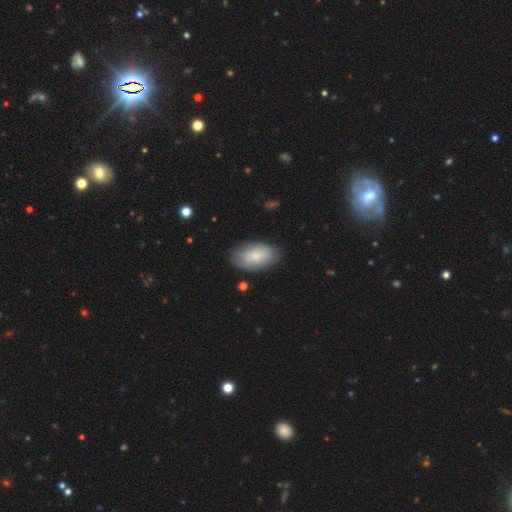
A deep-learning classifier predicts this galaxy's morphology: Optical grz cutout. It shows a smooth galaxy with no disk features (71%) that is in between round and cigar-shaped (93%). Merging: none (80%).